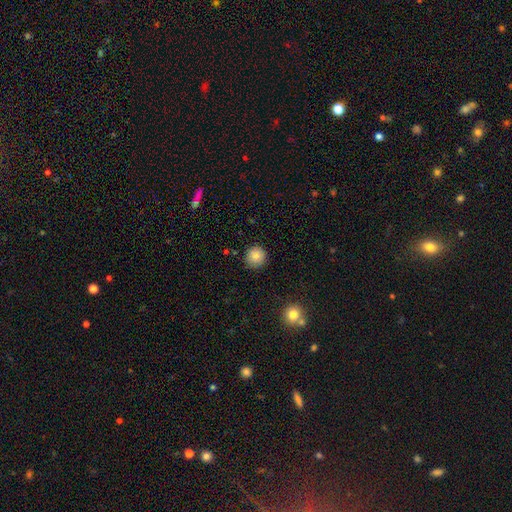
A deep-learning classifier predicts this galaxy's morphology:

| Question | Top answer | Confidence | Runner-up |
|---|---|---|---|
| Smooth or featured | smooth | 86% | star or artifact (9%) |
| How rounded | round | 94% | in between (5%) |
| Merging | none | 89% | minor disturbance (7%) |